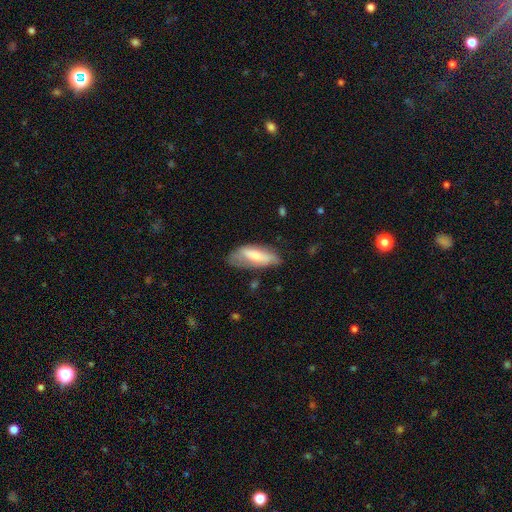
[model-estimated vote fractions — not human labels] A smooth galaxy with no disk features (60%) that is in between round and cigar-shaped (72%). Merging: none (53%).